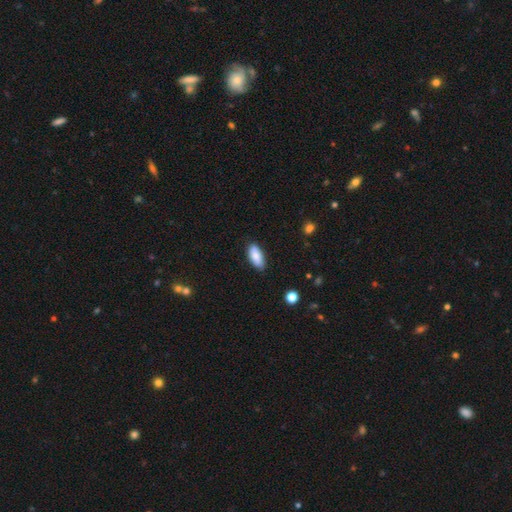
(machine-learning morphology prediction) Smooth or featured?
  - smooth: 86% *
  - featured or disk: 8%
  - star or artifact: 6%
How rounded?
  - in between: 85% *
  - cigar-shaped: 13%
  - round: 2%
Merging?
  - none: 83% *
  - minor disturbance: 14%
  - major disturbance: 2%
  - merger: 1%